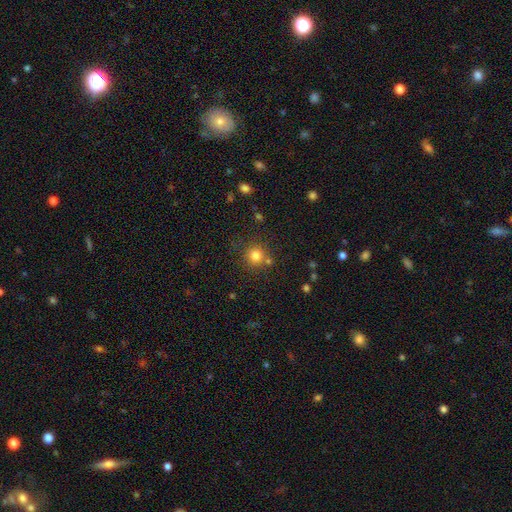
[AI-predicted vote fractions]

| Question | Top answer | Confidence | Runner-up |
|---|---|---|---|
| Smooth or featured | smooth | 80% | star or artifact (14%) |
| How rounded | round | 94% | in between (5%) |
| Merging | none | 79% | merger (9%) |